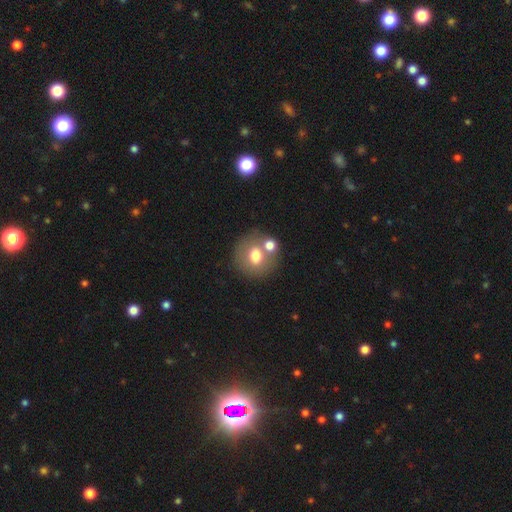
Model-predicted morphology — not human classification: Smooth or featured: smooth — 68% (featured or disk — 22%)
How rounded: round — 81% (in between — 18%)
Merging: none — 59% (merger — 26%)